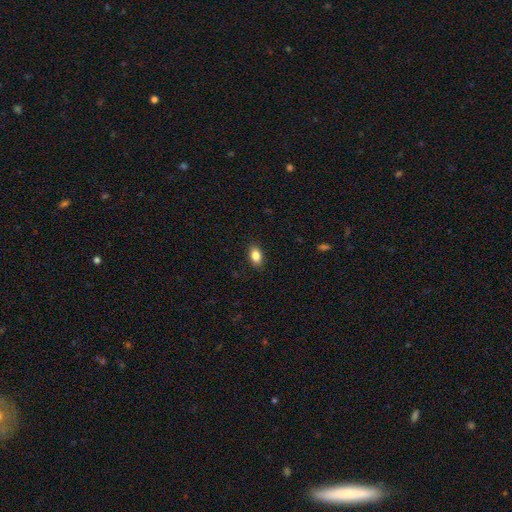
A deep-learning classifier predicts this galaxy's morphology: smooth 85%, star or artifact 8%, featured or disk 7%. Down the decision tree: how rounded — in between (88%); merging — none (89%).